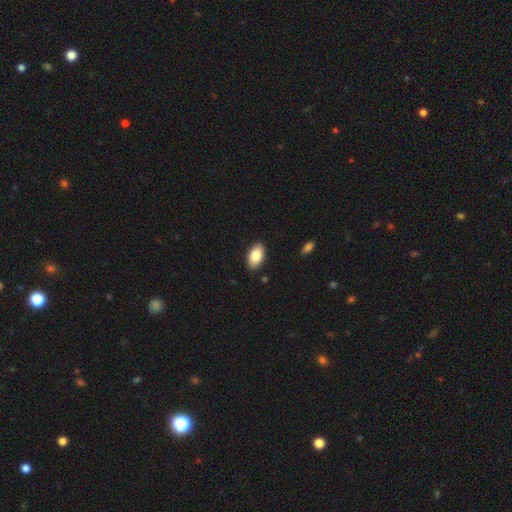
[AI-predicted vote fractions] The model was most divided on "smooth or featured": smooth: 84%, featured or disk: 10%, star or artifact: 7%. More confident: how rounded — in between (94%); merging — none (88%).